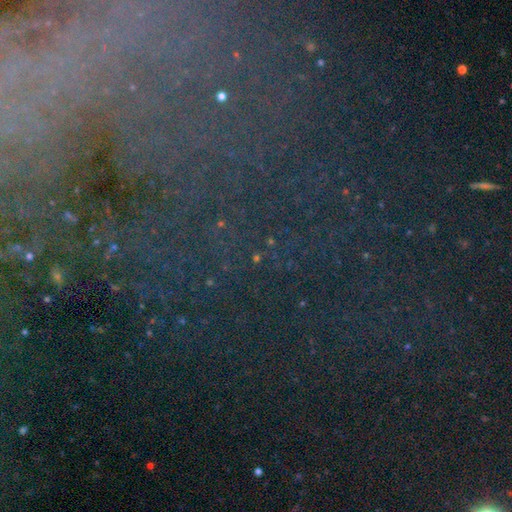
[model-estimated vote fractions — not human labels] Smooth or featured? Predicted: star or artifact (p=0.72).